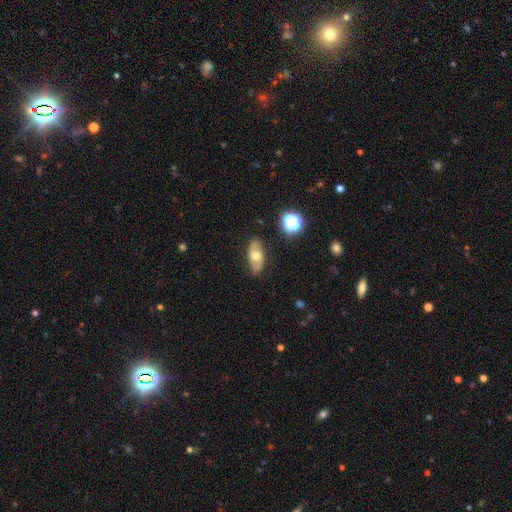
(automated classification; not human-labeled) A smooth galaxy with no disk features (52%) that is in between round and cigar-shaped (86%). Merging: none (84%).